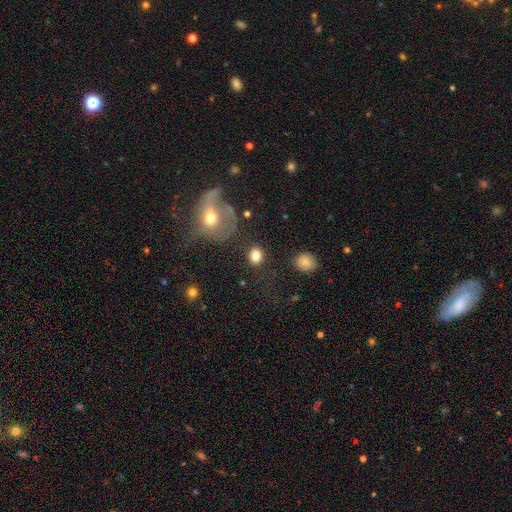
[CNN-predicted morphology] Q: Smooth or featured?
A: smooth (82%); runner-up: star or artifact (9%)
Q: How rounded?
A: round (56%); runner-up: in between (43%)
Q: Merging?
A: none (80%); runner-up: minor disturbance (10%)